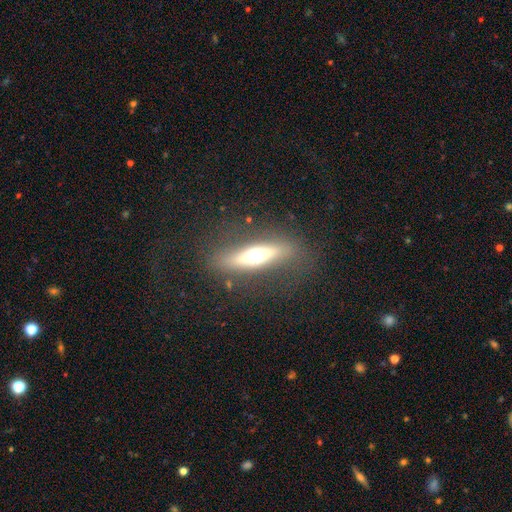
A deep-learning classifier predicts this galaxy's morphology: Q: Smooth or featured?
A: featured or disk (52%); runner-up: smooth (39%)
Q: Edge-on disk?
A: yes (78%); runner-up: no (22%)
Q: Merging?
A: none (81%); runner-up: minor disturbance (11%)